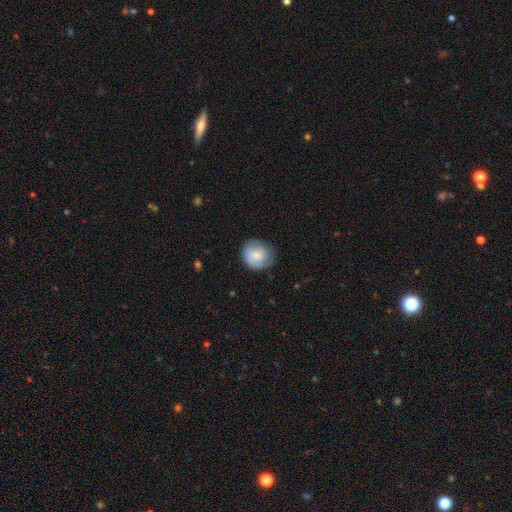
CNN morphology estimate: Smooth or featured?
  - smooth: 67% *
  - featured or disk: 26%
  - star or artifact: 7%
How rounded?
  - round: 83% *
  - in between: 16%
  - cigar-shaped: 1%
Merging?
  - none: 76% *
  - minor disturbance: 18%
  - major disturbance: 5%
  - merger: 1%